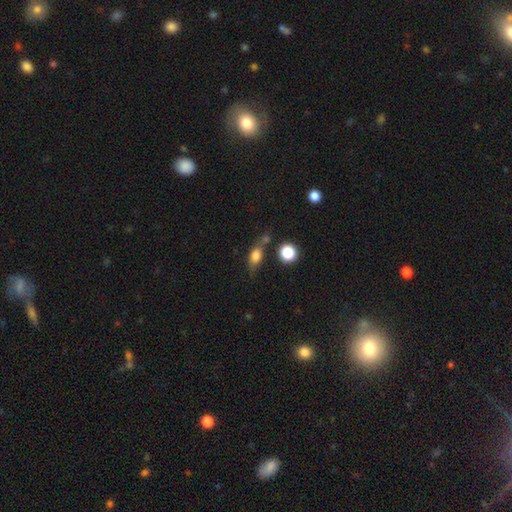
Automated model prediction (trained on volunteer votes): smooth_or_featured: smooth (p=0.75) [alt: featured or disk p=0.14]
how_rounded: in between (p=0.66) [alt: round p=0.24]
merging: none (p=0.49) [alt: merger p=0.21]